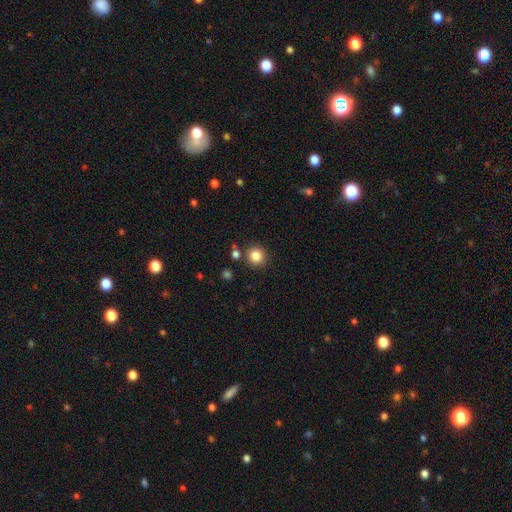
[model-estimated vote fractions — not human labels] smooth_or_featured: smooth (p=0.84) [alt: star or artifact p=0.11]
how_rounded: round (p=0.93) [alt: in between p=0.06]
merging: none (p=0.85) [alt: minor disturbance p=0.07]